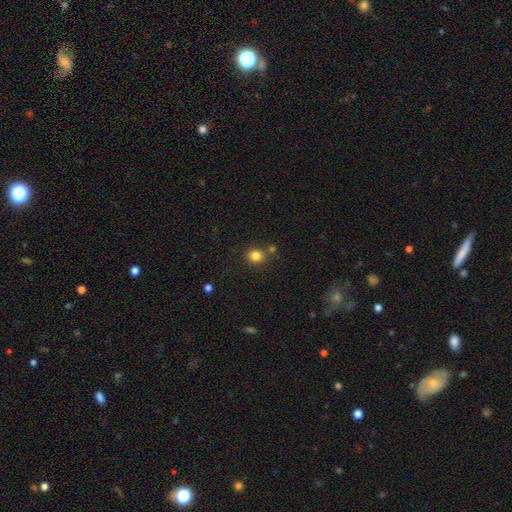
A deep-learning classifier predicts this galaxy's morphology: This is clearly a smooth galaxy (82%). How rounded: clearly round (84%). Merging: likely none (78%).